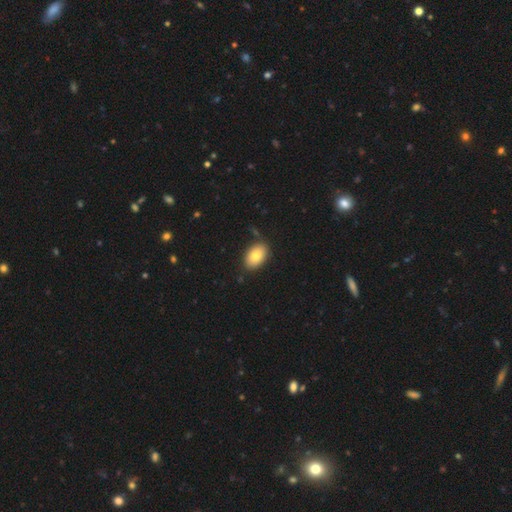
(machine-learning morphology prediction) Smooth or featured? Predicted: smooth (p=0.81). How rounded? Predicted: in between (p=0.90). Merging? Predicted: none (p=0.85).